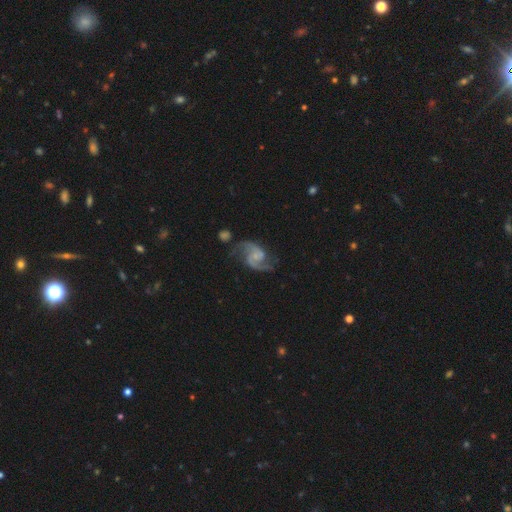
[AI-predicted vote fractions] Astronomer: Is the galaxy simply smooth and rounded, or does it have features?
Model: featured or disk — 91%.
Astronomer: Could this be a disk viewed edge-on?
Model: no — 98%.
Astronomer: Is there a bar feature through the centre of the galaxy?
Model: no — 54% (runner-up: weak, 38%).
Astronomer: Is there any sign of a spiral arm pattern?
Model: yes — 98%.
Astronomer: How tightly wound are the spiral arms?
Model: medium — 49% (runner-up: loose, 41%).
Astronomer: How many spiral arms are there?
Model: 2 — 93%.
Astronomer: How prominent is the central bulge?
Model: small — 51% (runner-up: none, 28%).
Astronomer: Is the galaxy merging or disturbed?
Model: none — 66%.